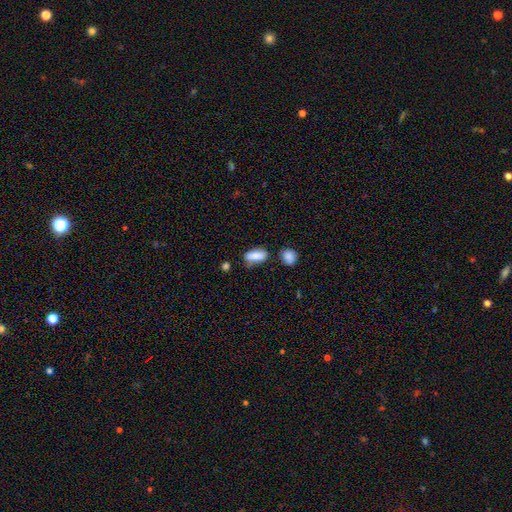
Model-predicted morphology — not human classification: Smooth or featured?
  - smooth: 84% *
  - featured or disk: 8%
  - star or artifact: 8%
How rounded?
  - in between: 84% *
  - cigar-shaped: 11%
  - round: 5%
Merging?
  - none: 61% *
  - minor disturbance: 24%
  - merger: 9%
  - major disturbance: 6%